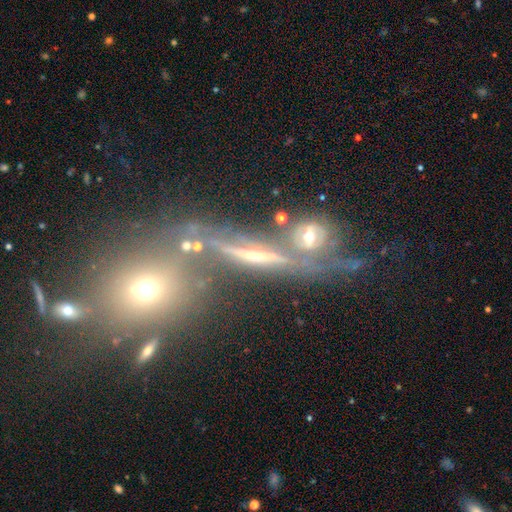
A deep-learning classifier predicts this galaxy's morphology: Smooth or featured: featured or disk — 64% (smooth — 19%)
Edge-on disk: yes — 70% (no — 30%)
Merging: none — 49% (merger — 25%)